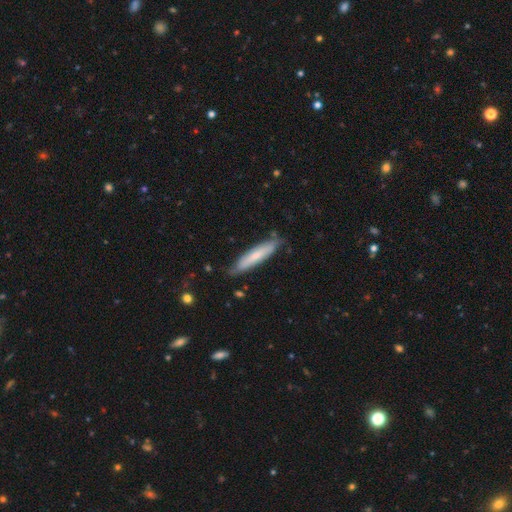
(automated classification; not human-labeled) Smooth or featured? Predicted: smooth (p=0.64). How rounded? Predicted: cigar-shaped (p=0.87). Merging? Predicted: none (p=0.79).